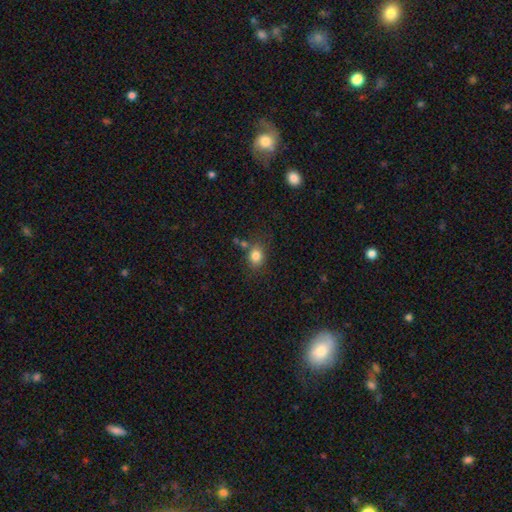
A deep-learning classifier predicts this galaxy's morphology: A smooth galaxy with no disk features (82%) that is round (54%). Merging: none (71%).